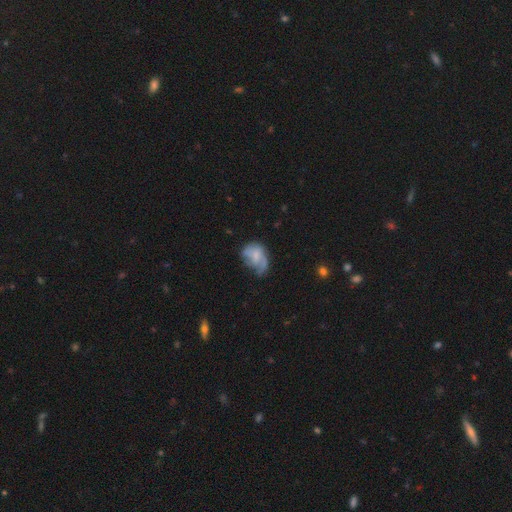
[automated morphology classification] Smooth or featured? featured or disk (53%)
Edge-on disk? no (97%)
Bar? no (62%)
Spiral arms? yes (65%)
Bulge size? small (48%)
Merging? none (33%, tied with major disturbance)